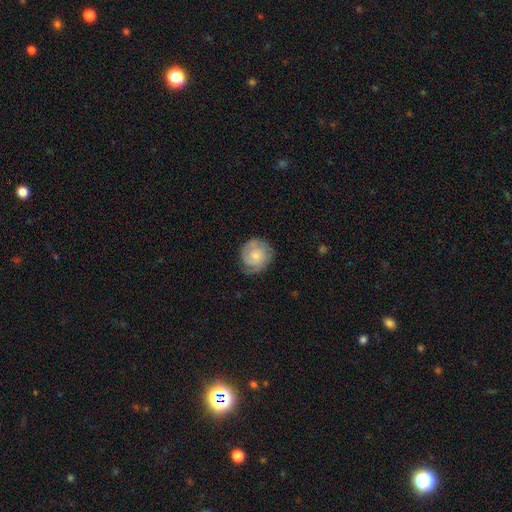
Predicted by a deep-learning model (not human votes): The model was most divided on "spiral arm count": 2: 36%, can't tell: 30%, 3: 15%, 1: 12%, 4: 4%, more than 4: 3%. More confident: edge-on disk — no (98%); spiral arms — yes (89%); bar — no (77%); merging — none (71%); spiral winding — tight (61%); bulge size — small (59%); smooth or featured — featured or disk (58%).